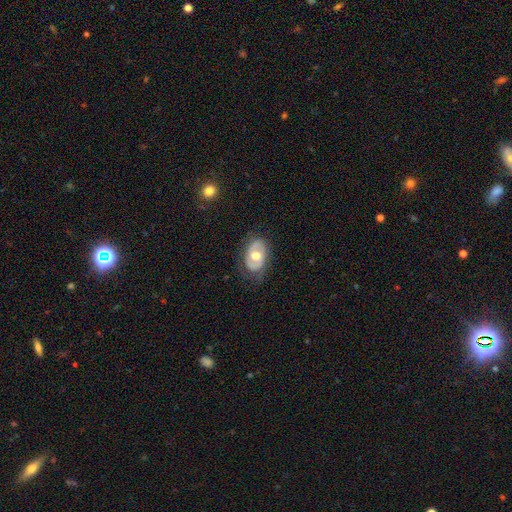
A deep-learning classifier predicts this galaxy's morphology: featured or disk 57%, smooth 37%, star or artifact 6%. Down the decision tree: edge-on disk — no (93%); bar — no (72%); spiral arms — no (64%); bulge size — moderate (74%); merging — none (74%).